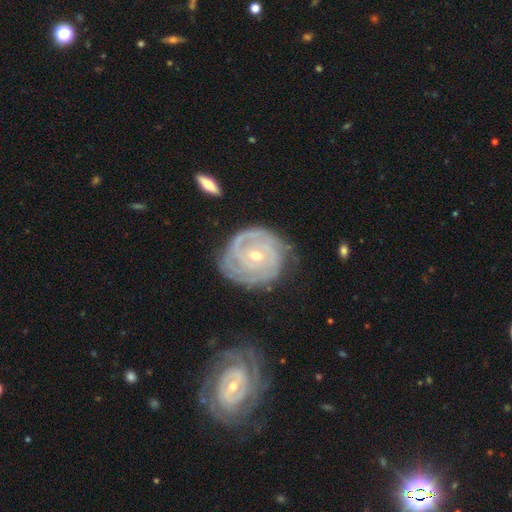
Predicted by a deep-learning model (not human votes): Smooth or featured: featured or disk — 86% (smooth — 9%)
Edge-on disk: no — 97% (yes — 3%)
Bar: no — 71% (weak — 23%)
Spiral arms: yes — 95% (no — 5%)
Spiral winding: tight — 80% (medium — 16%)
Spiral arm count: can't tell — 32% (3 — 22%)
Bulge size: small — 63% (moderate — 35%)
Merging: none — 71% (minor disturbance — 19%)